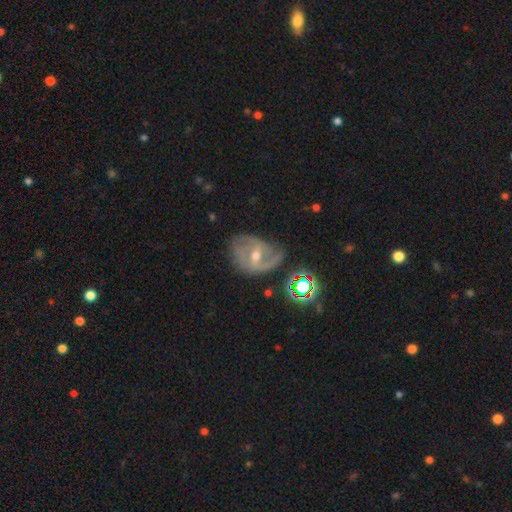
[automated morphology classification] Smooth or featured? Predicted: featured or disk (p=0.76). Edge-on disk? Predicted: no (p=0.97). Bar? Predicted: weak (p=0.50). Spiral arms? Predicted: yes (p=0.87). Spiral winding? Predicted: medium (p=0.44). Spiral arm count? Predicted: 2 (p=0.54). Bulge size? Predicted: moderate (p=0.56). Merging? Predicted: none (p=0.52).